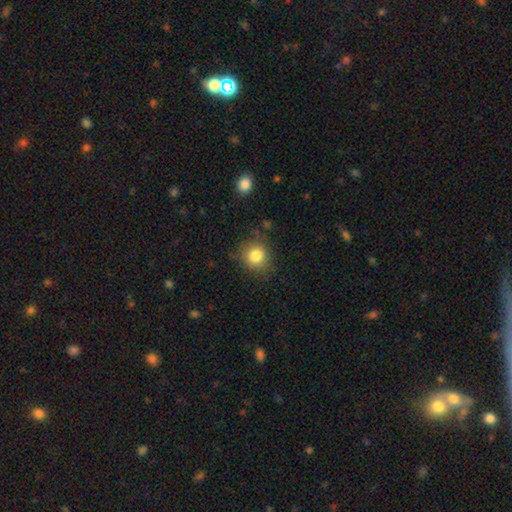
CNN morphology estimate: This appears to be a smooth galaxy with no disk features (83%) that is round (83%). Merging: none (81%).